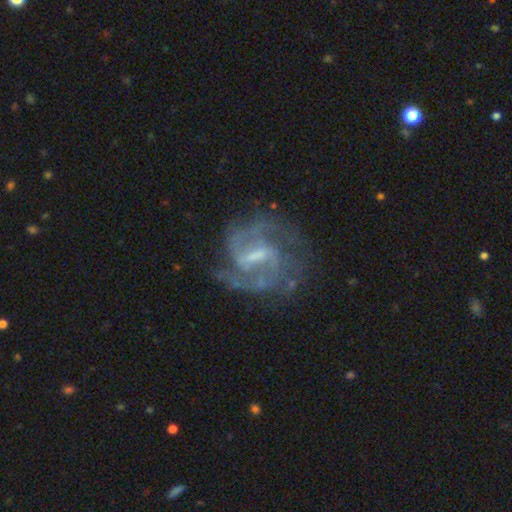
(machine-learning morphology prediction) This appears to be a featured or disk galaxy (90%) with a weak bar (51%), 2 (62%) medium (56%) spiral arms (97%) and a small central bulge (44%). Merging: none (67%).